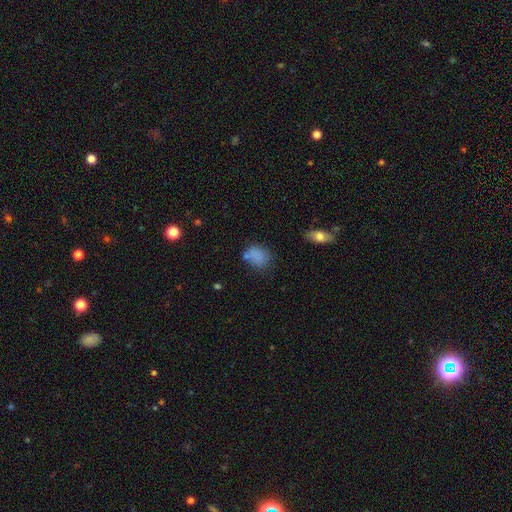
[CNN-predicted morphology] Smooth or featured?
  - smooth: 79% *
  - star or artifact: 12%
  - featured or disk: 9%
How rounded?
  - in between: 58% *
  - round: 40%
  - cigar-shaped: 2%
Merging?
  - none: 56% *
  - minor disturbance: 23%
  - major disturbance: 11%
  - merger: 10%